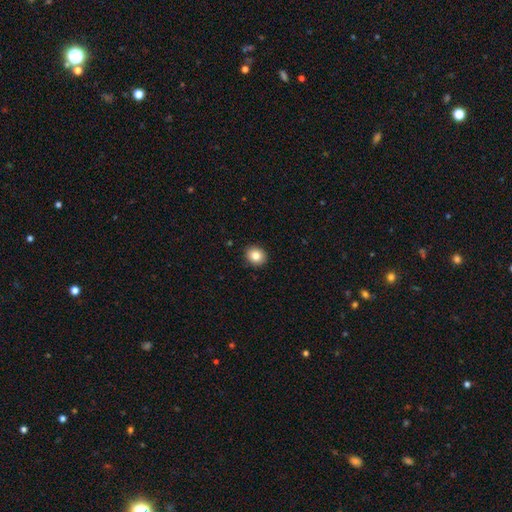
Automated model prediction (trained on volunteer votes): Overall: smooth (83%). How rounded: round (75%). Merging: none (91%).